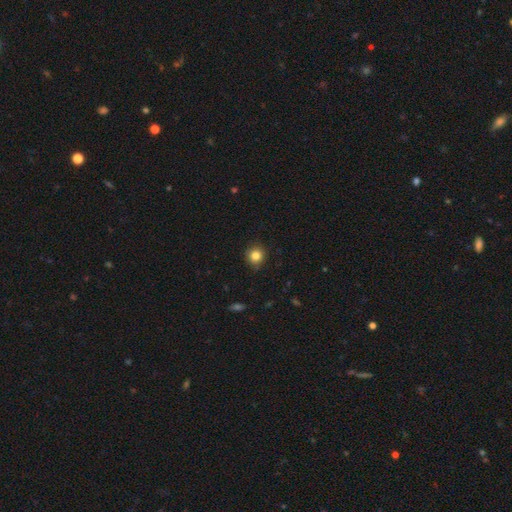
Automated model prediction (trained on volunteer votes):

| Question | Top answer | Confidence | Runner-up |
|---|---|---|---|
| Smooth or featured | smooth | 83% | star or artifact (11%) |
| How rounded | round | 92% | in between (7%) |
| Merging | none | 88% | minor disturbance (9%) |